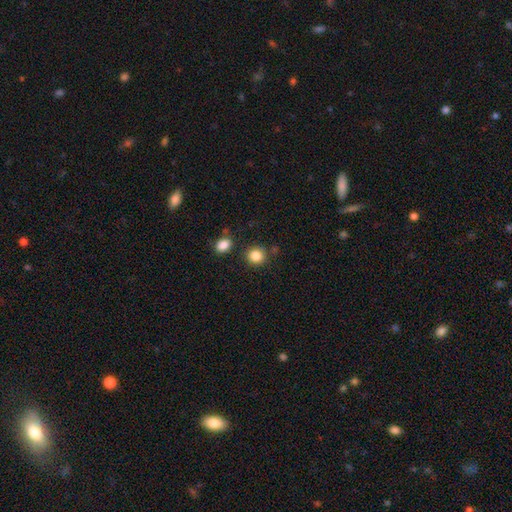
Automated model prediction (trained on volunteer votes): The model was most divided on "how rounded": round: 82%, in between: 17%, cigar-shaped: 1%. More confident: smooth or featured — smooth (86%); merging — none (82%).